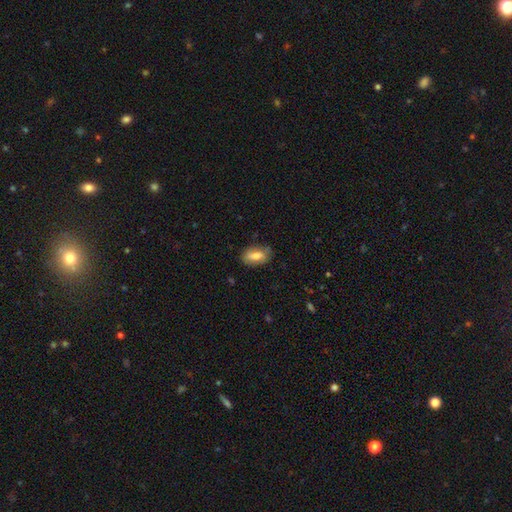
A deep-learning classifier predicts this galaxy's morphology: smooth 72%, featured or disk 21%, star or artifact 7%. Down the decision tree: how rounded — in between (88%); merging — none (76%).